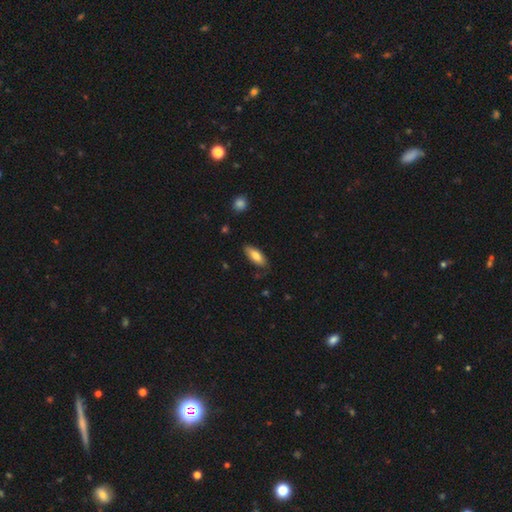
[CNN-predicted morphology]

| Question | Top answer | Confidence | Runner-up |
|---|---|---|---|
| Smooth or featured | smooth | 77% | featured or disk (17%) |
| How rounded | in between | 73% | cigar-shaped (25%) |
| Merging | none | 79% | minor disturbance (17%) |